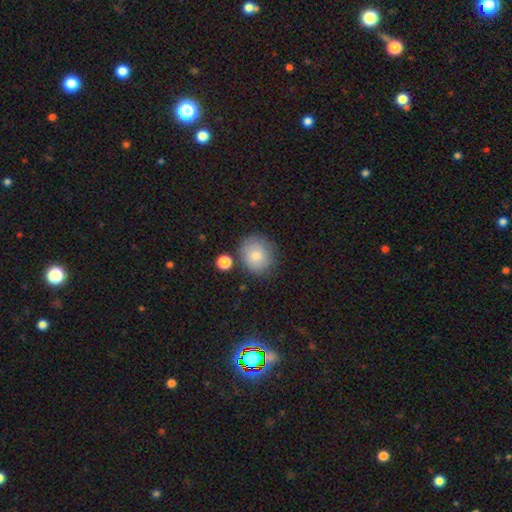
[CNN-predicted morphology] This appears to be a smooth galaxy with no disk features (81%) that is round (78%). Merging: none (73%).